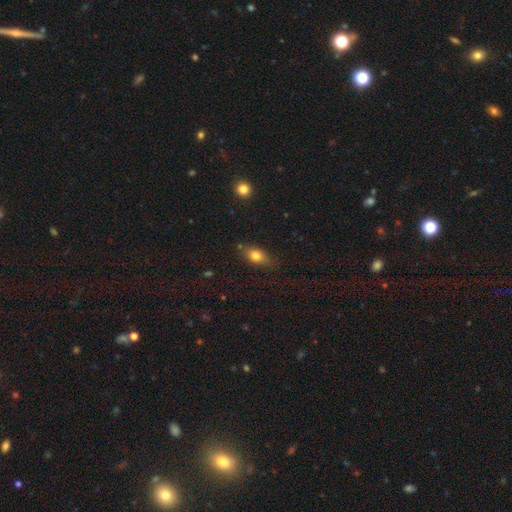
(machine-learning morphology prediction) Smooth or featured: smooth — 78% (featured or disk — 13%)
How rounded: in between — 78% (round — 14%)
Merging: none — 73% (minor disturbance — 20%)